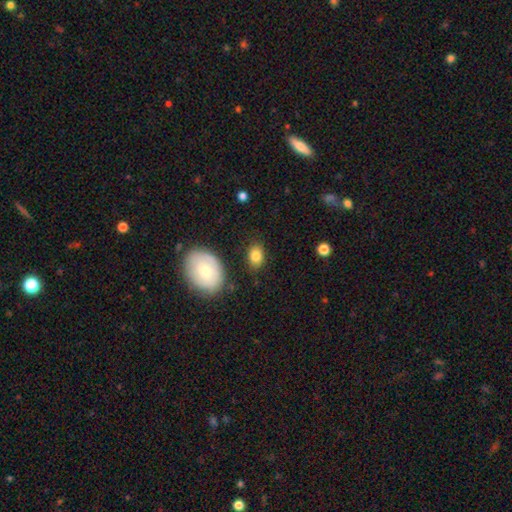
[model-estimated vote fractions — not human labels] smooth-or-featured: smooth: 83% | featured or disk: 9% | star or artifact: 8%
  how-rounded: in between: 79% | round: 19% | cigar-shaped: 1%
  merging: none: 80% | minor disturbance: 14% | major disturbance: 4% | merger: 3%